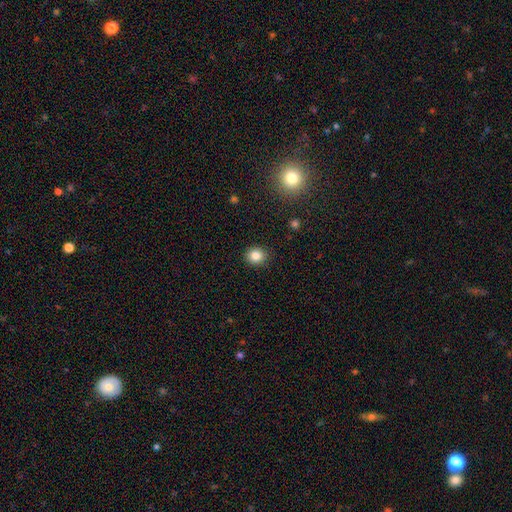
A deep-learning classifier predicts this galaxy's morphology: The model was most divided on "how rounded": round: 77%, in between: 22%, cigar-shaped: 1%. More confident: merging — none (90%); smooth or featured — smooth (84%).